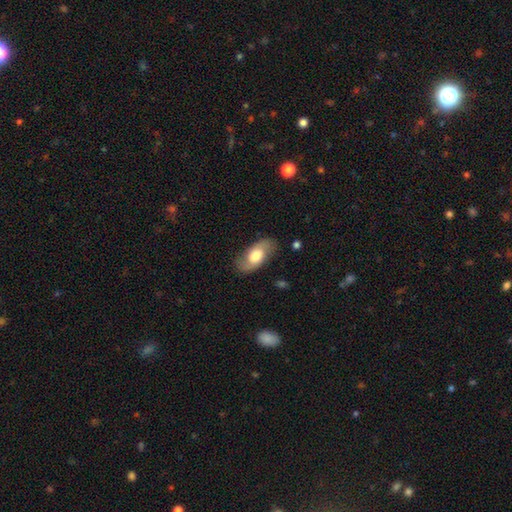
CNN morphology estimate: Smooth or featured?
  - featured or disk: 51% *
  - smooth: 43%
  - star or artifact: 6%
Edge-on disk?
  - no: 89% *
  - yes: 11%
Merging?
  - none: 80% *
  - minor disturbance: 14%
  - major disturbance: 4%
  - merger: 1%